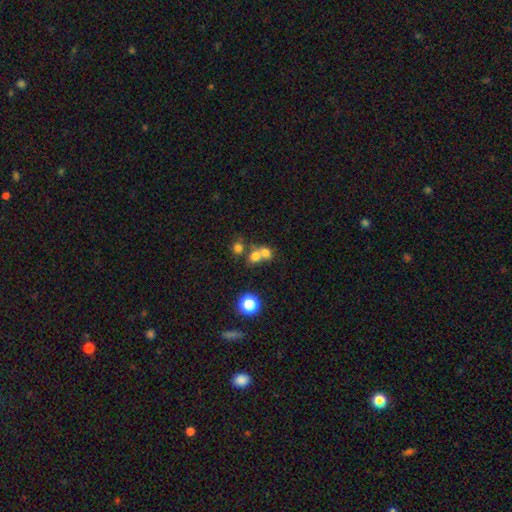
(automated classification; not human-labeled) This appears to be a smooth galaxy with no disk features (69%) that is round (69%). Merging: merger (59%).